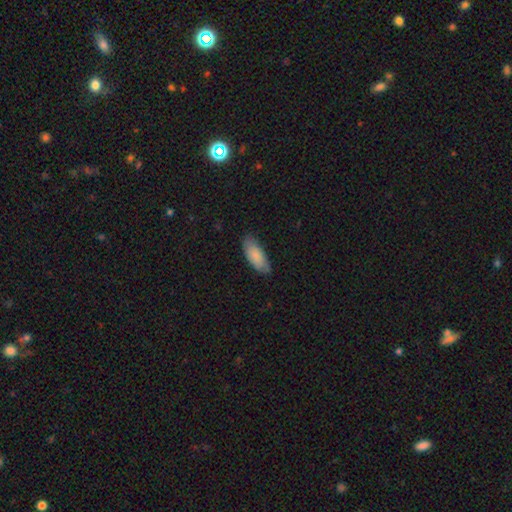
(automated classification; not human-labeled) Smooth or featured: smooth — 81% (featured or disk — 13%)
How rounded: in between — 84% (cigar-shaped — 15%)
Merging: none — 78% (minor disturbance — 19%)